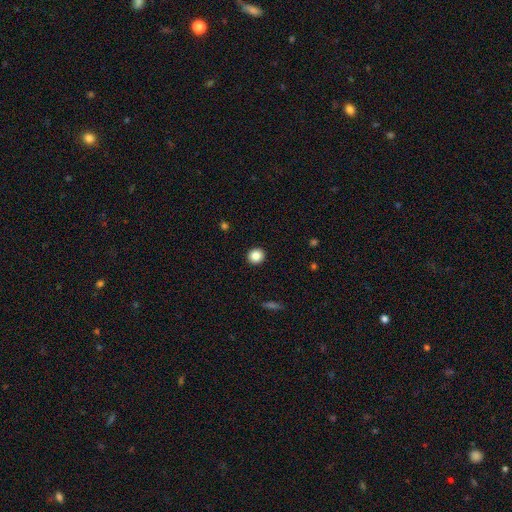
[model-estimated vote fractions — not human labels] smooth 86%, star or artifact 10%, featured or disk 4%. Down the decision tree: how rounded — round (90%); merging — none (93%).